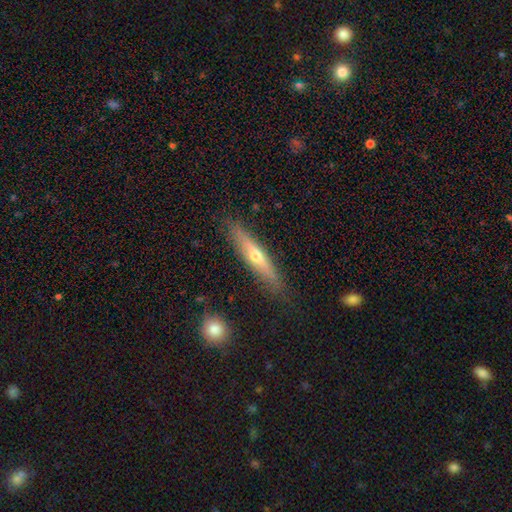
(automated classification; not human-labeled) smooth_or_featured: featured or disk (p=0.57) [alt: smooth p=0.37]
disk_edge_on: yes (p=0.90) [alt: no p=0.10]
edge_on_bulge: rounded (p=0.83) [alt: none p=0.14]
merging: none (p=0.87) [alt: minor disturbance p=0.09]